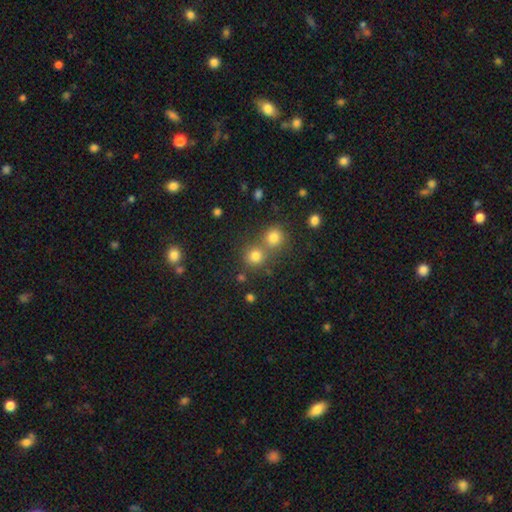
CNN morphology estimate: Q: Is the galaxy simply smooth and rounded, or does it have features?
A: smooth — 76%.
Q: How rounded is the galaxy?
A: round — 90%.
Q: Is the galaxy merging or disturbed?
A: none — 60%.